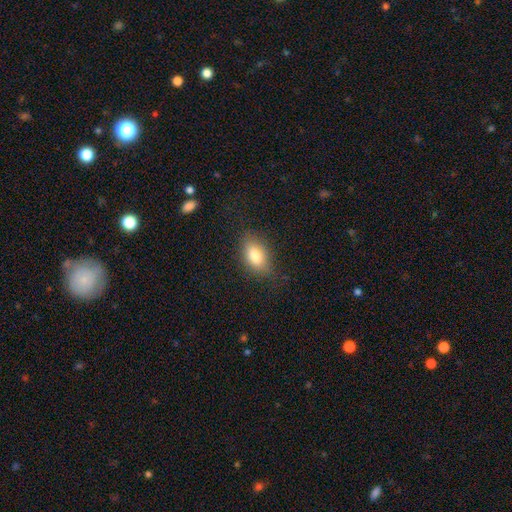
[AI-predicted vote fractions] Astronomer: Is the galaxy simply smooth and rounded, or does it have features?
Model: smooth — 80%.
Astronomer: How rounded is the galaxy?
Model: in between — 87%.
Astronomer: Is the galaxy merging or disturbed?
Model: none — 79%.